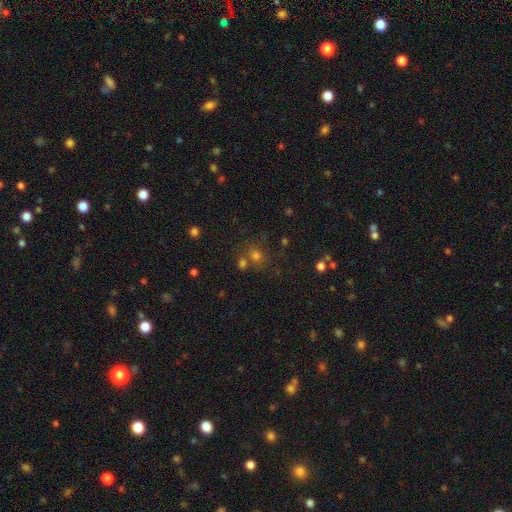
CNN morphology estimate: The model was most divided on "smooth or featured": smooth: 62%, star or artifact: 28%, featured or disk: 9%. More confident: how rounded — round (82%); merging — none (65%).